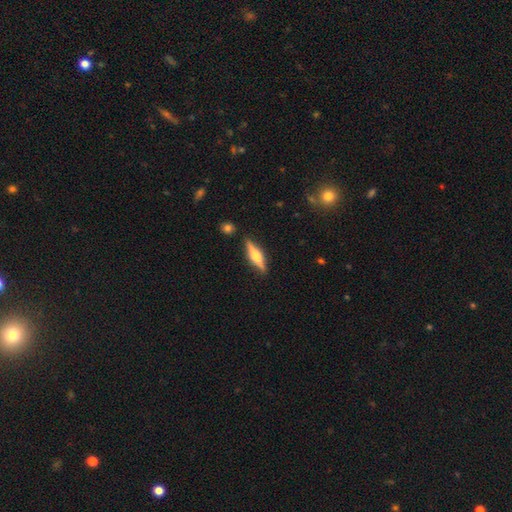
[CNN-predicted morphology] A featured or disk galaxy (67%) viewed edge-on (97%) with a rounded central bulge (92%).

Vote fractions:
- Smooth or featured? featured or disk: 67% / smooth: 27% / star or artifact: 6%
- Edge-on disk? yes: 97% / no: 3%
- Edge-on bulge? rounded: 92% / boxy: 6% / none: 3%
- Merging? none: 88% / minor disturbance: 8% / merger: 2% / major disturbance: 2%